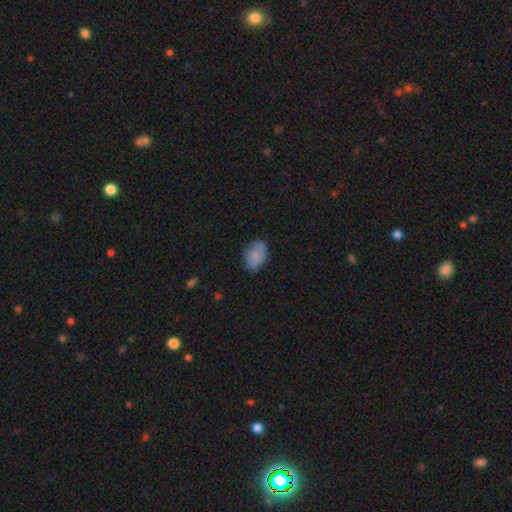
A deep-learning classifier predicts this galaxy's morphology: Smooth or featured? Predicted: smooth (p=0.81). How rounded? Predicted: in between (p=0.81). Merging? Predicted: none (p=0.74).